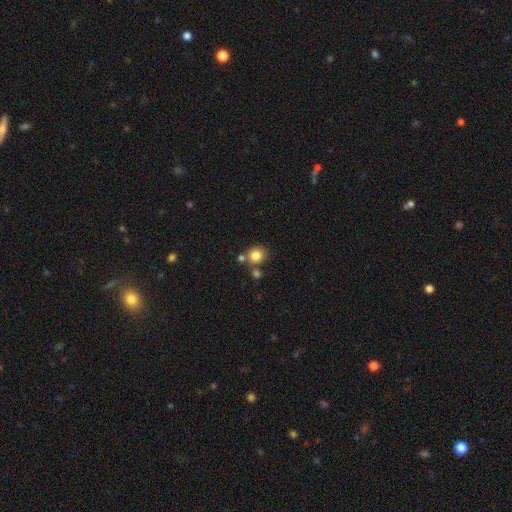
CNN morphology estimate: Smooth or featured? smooth (82%)
How rounded? round (83%)
Merging? none (67%)